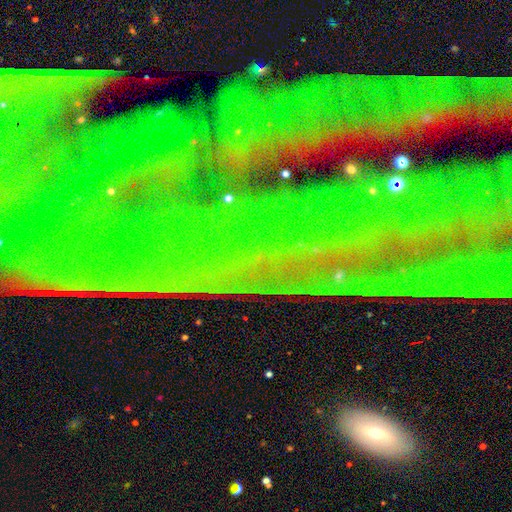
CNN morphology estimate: Smooth or featured?
  - star or artifact: 79% *
  - featured or disk: 12%
  - smooth: 8%